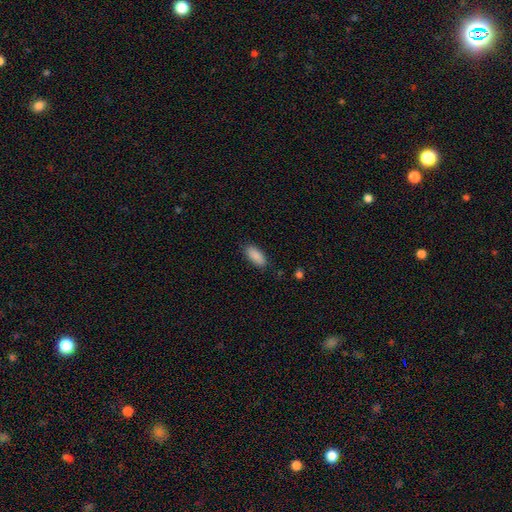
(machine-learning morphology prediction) The model was most divided on "how rounded": in between: 83%, cigar-shaped: 15%, round: 2%. More confident: smooth or featured — smooth (89%); merging — none (86%).